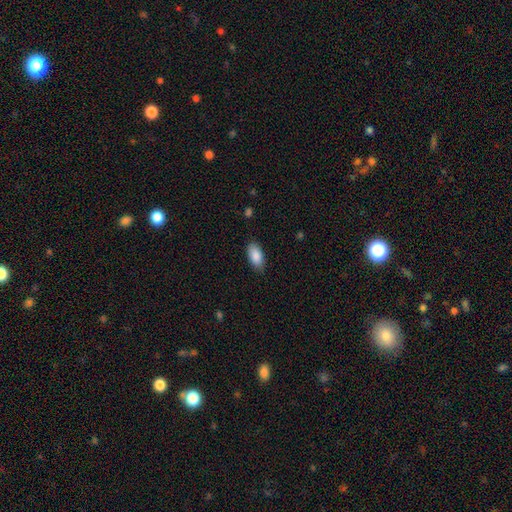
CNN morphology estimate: A smooth galaxy with no disk features (89%) that is in between round and cigar-shaped (92%). Merging: none (84%).